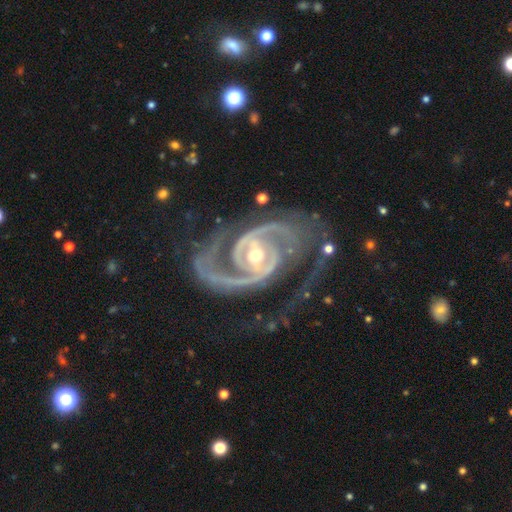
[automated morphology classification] Overall: featured or disk (94%). Edge-on disk: no (97%). Bar: strong (38%, tied with weak). Spiral arms: yes (98%). Spiral arm count: 2 (80%). Spiral winding: medium (51%; tight 32%). Bulge size: moderate (67%). Merging: none (54%; major disturbance 24%).